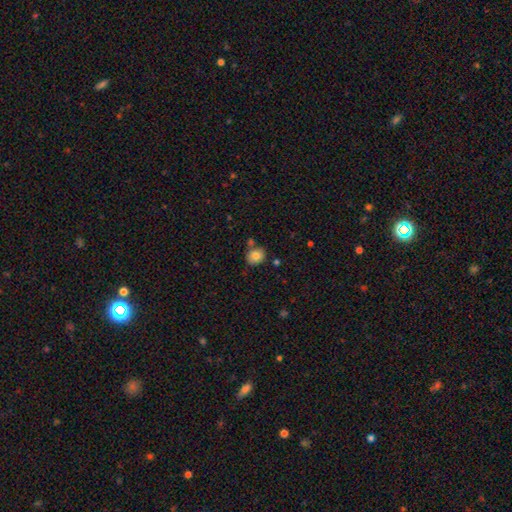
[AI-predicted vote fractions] smooth 81%, star or artifact 10%, featured or disk 10%. Down the decision tree: how rounded — round (78%); merging — none (73%).